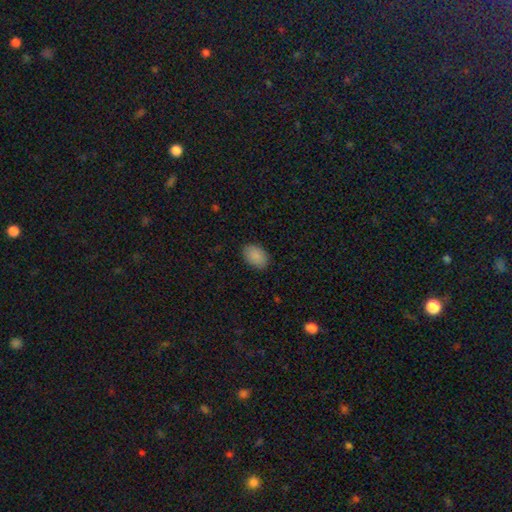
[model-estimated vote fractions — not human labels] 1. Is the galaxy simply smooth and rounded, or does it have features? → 88% smooth, 7% star or artifact, 5% featured or disk.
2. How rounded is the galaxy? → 87% in between, 12% round, 1% cigar-shaped.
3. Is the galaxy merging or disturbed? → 87% none, 10% minor disturbance, 2% major disturbance, 1% merger.